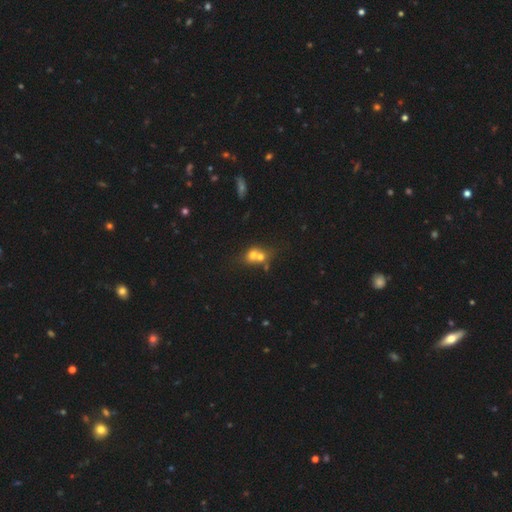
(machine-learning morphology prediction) smooth-or-featured: smooth: 64% | featured or disk: 22% | star or artifact: 14%
  how-rounded: round: 66% | in between: 32% | cigar-shaped: 2%
  merging: merger: 66% | none: 24% | minor disturbance: 6% | major disturbance: 3%